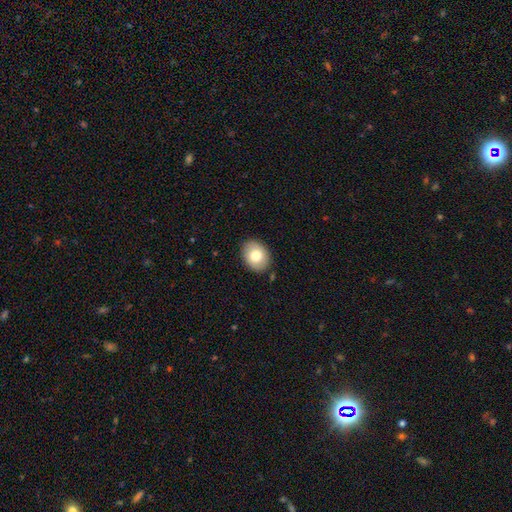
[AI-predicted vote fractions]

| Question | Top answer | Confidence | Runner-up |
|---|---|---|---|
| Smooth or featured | smooth | 80% | featured or disk (13%) |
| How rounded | in between | 64% | round (35%) |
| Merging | none | 87% | minor disturbance (9%) |